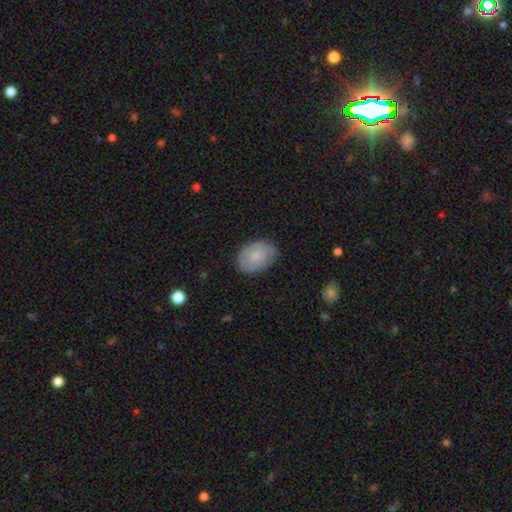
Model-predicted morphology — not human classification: smooth 76%, featured or disk 18%, star or artifact 6%. Down the decision tree: how rounded — in between (77%); merging — none (81%).